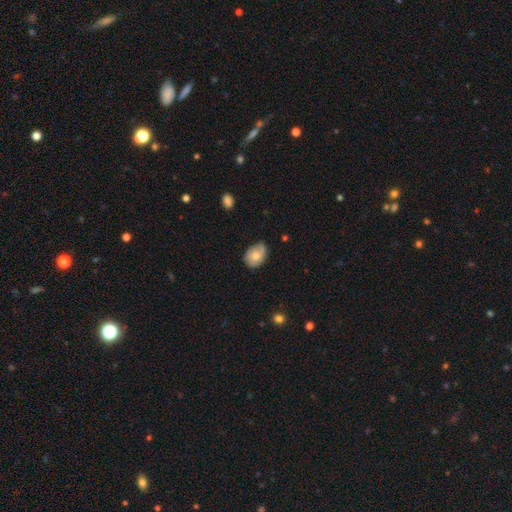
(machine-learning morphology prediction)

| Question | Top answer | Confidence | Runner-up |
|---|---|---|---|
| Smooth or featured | smooth | 64% | featured or disk (29%) |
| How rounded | in between | 74% | round (25%) |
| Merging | none | 63% | minor disturbance (30%) |